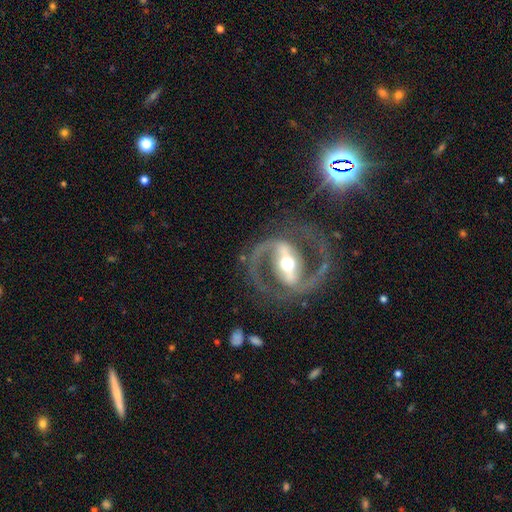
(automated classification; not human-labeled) Smooth or featured? Predicted: featured or disk (p=0.92). Edge-on disk? Predicted: no (p=0.97). Bar? Predicted: strong (p=0.71). Spiral arms? Predicted: yes (p=0.96). Spiral winding? Predicted: medium (p=0.64). Spiral arm count? Predicted: 2 (p=0.94). Bulge size? Predicted: moderate (p=0.69). Merging? Predicted: none (p=0.79).